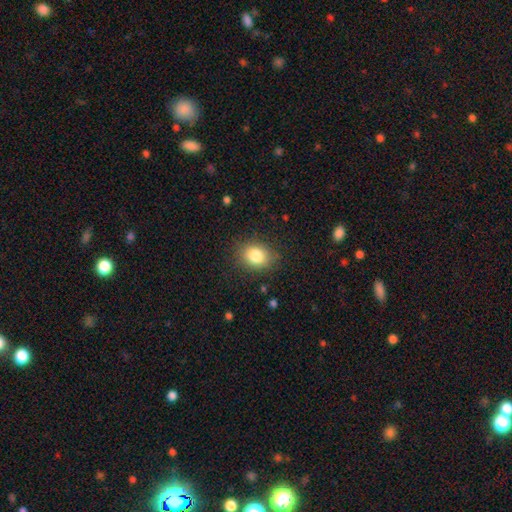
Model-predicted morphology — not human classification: Smooth or featured? smooth (83%)
How rounded? in between (51%)
Merging? none (84%)